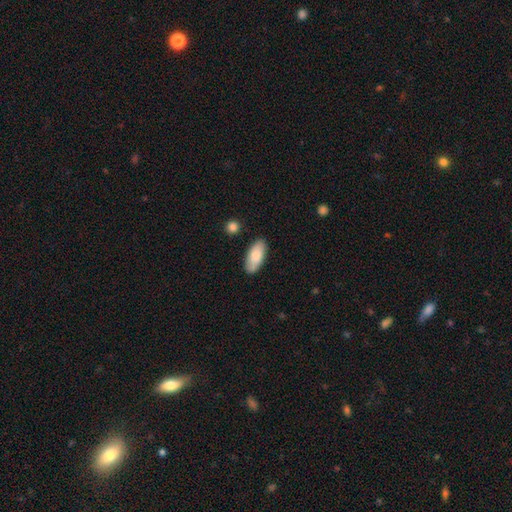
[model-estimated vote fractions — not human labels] A smooth galaxy with no disk features (82%) that is in between round and cigar-shaped (89%).

Vote fractions:
- Smooth or featured? smooth: 82% / featured or disk: 12% / star or artifact: 6%
- How rounded? in between: 89% / cigar-shaped: 9% / round: 2%
- Merging? none: 84% / minor disturbance: 12% / merger: 2% / major disturbance: 2%